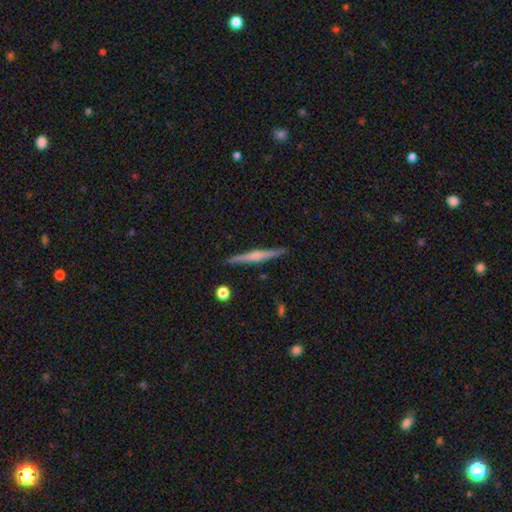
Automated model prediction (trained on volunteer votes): Smooth or featured? Predicted: featured or disk (p=0.63). Edge-on disk? Predicted: yes (p=0.98). Edge-on bulge? Predicted: rounded (p=0.62). Merging? Predicted: none (p=0.90).